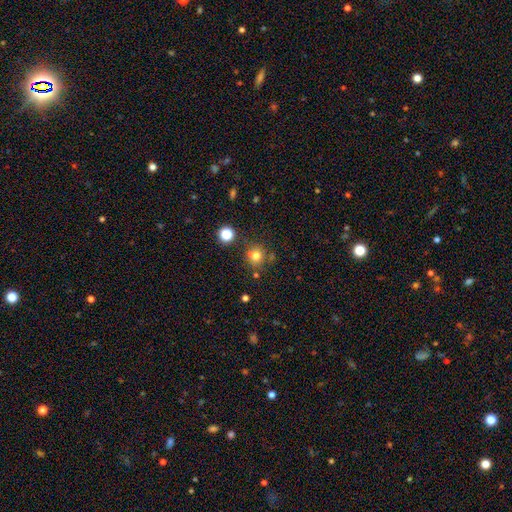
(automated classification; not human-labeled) This is likely a smooth galaxy (75%). How rounded: clearly round (89%). Merging: likely none (74%).